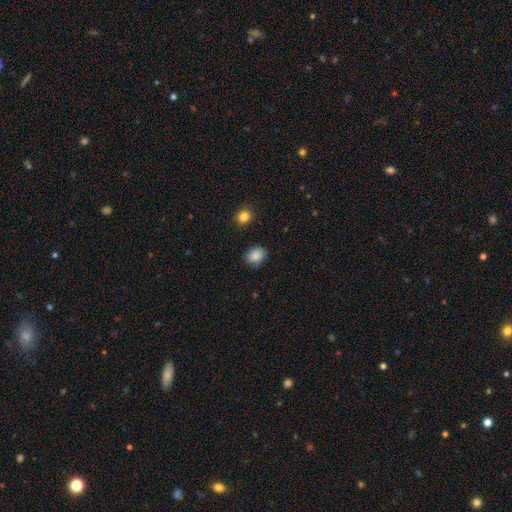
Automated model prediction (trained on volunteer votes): This appears to be a smooth galaxy with no disk features (86%) that is in between round and cigar-shaped (61%). Merging: none (78%).